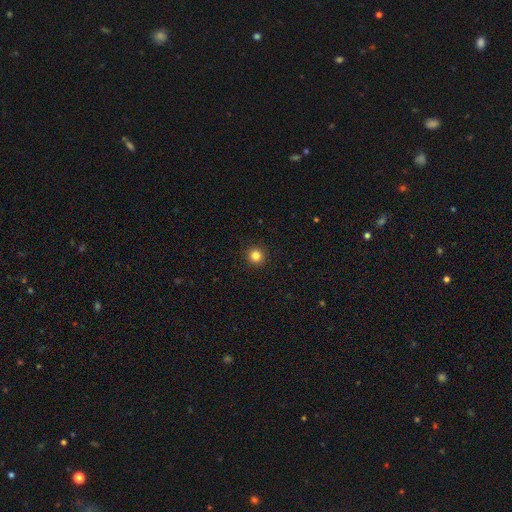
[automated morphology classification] The model was most divided on "smooth or featured": smooth: 83%, star or artifact: 12%, featured or disk: 5%. More confident: how rounded — round (96%); merging — none (93%).